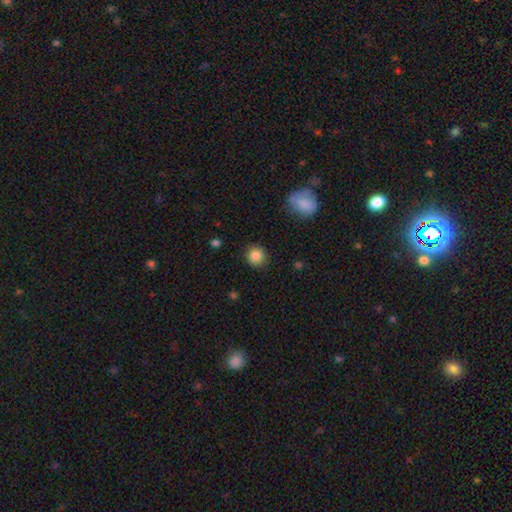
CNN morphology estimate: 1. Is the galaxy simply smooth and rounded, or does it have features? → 86% smooth, 10% star or artifact, 4% featured or disk.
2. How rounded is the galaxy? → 87% round, 12% in between, 1% cigar-shaped.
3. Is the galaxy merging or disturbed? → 86% none, 10% minor disturbance, 3% major disturbance, 1% merger.